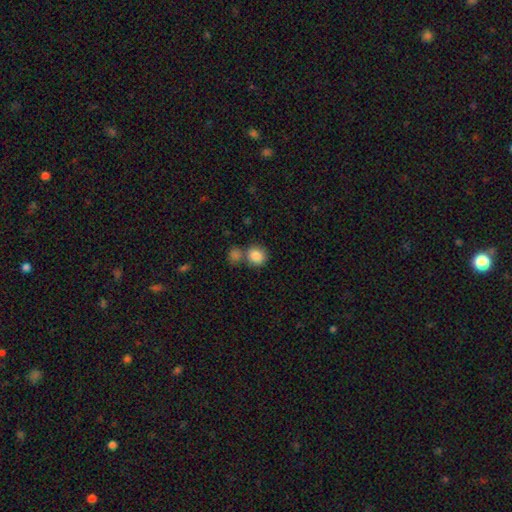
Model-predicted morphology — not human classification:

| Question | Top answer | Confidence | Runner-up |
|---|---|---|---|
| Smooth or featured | smooth | 86% | star or artifact (9%) |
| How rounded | round | 79% | in between (20%) |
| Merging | none | 55% | merger (31%) |